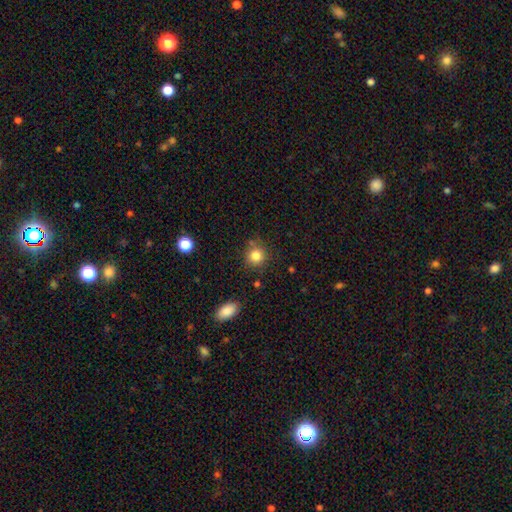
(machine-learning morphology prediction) smooth_or_featured: smooth (p=0.84) [alt: star or artifact p=0.11]
how_rounded: round (p=0.89) [alt: in between p=0.10]
merging: none (p=0.79) [alt: minor disturbance p=0.12]